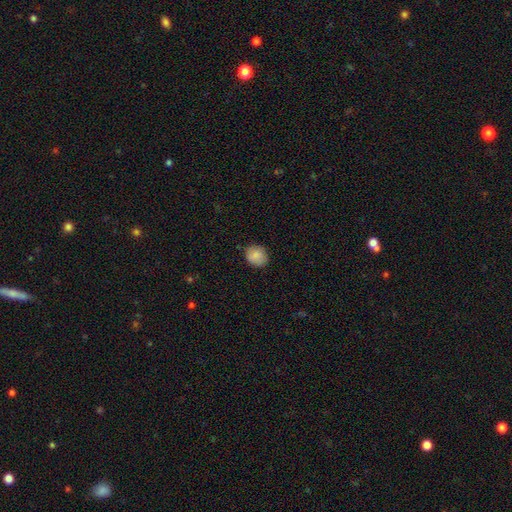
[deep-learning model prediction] This is clearly a smooth galaxy (85%). How rounded: likely round (62%). Merging: clearly none (81%).